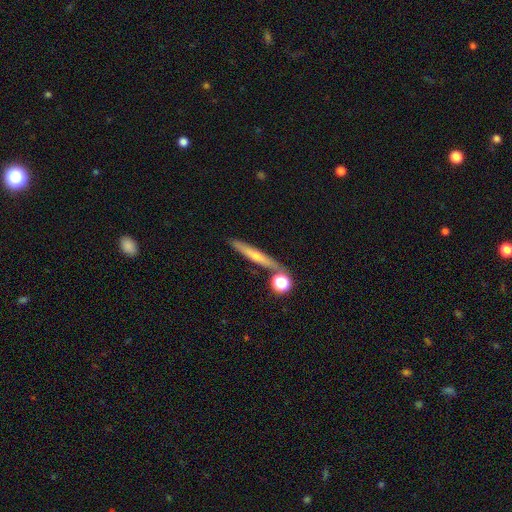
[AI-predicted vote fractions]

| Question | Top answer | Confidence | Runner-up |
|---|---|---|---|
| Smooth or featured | featured or disk | 48% | smooth (42%) |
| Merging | none | 78% | minor disturbance (10%) |